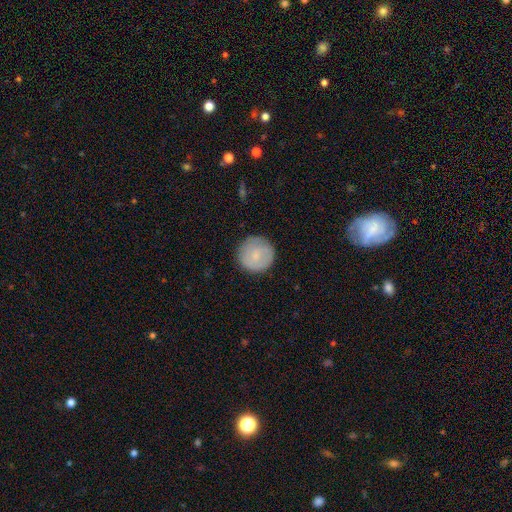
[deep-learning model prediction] The model was most divided on "smooth or featured": smooth: 75%, featured or disk: 18%, star or artifact: 7%. More confident: how rounded — round (96%); merging — none (86%).